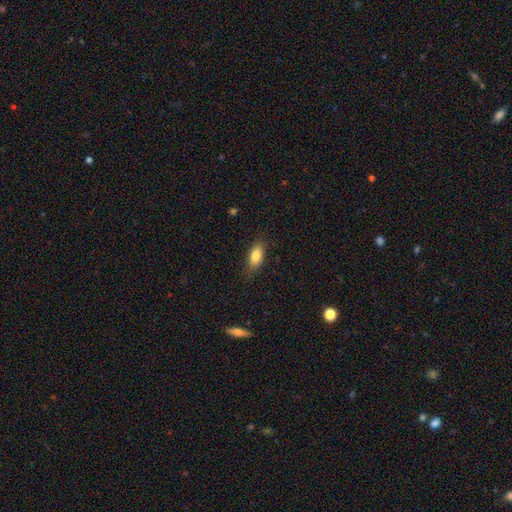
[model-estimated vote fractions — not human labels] smooth_or_featured: smooth (p=0.81) [alt: featured or disk p=0.11]
how_rounded: in between (p=0.81) [alt: cigar-shaped p=0.14]
merging: none (p=0.79) [alt: minor disturbance p=0.16]